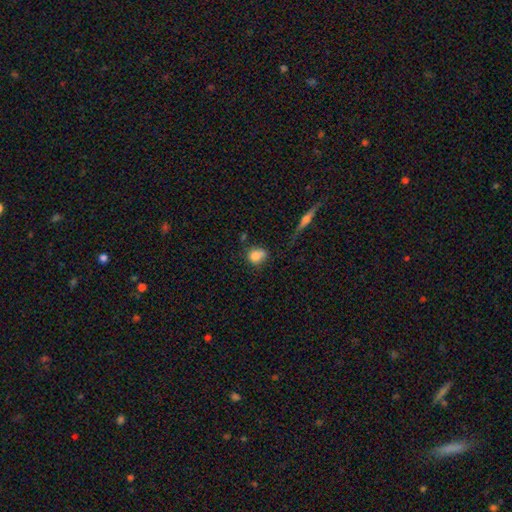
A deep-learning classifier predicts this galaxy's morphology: Q: Smooth or featured?
A: smooth (82%); runner-up: star or artifact (9%)
Q: How rounded?
A: round (67%); runner-up: in between (31%)
Q: Merging?
A: none (55%); runner-up: minor disturbance (25%)